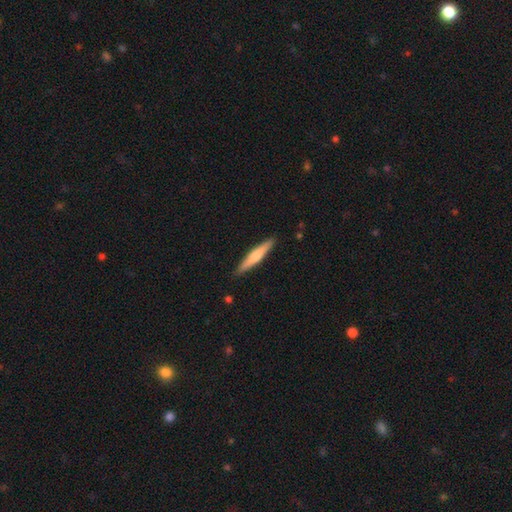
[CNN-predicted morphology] A smooth galaxy with no disk features (57%) that is cigar-shaped (92%).

Vote fractions:
- Smooth or featured? smooth: 57% / featured or disk: 38% / star or artifact: 5%
- How rounded? cigar-shaped: 92% / in between: 7% / round: 1%
- Merging? none: 90% / minor disturbance: 7% / major disturbance: 1% / merger: 1%